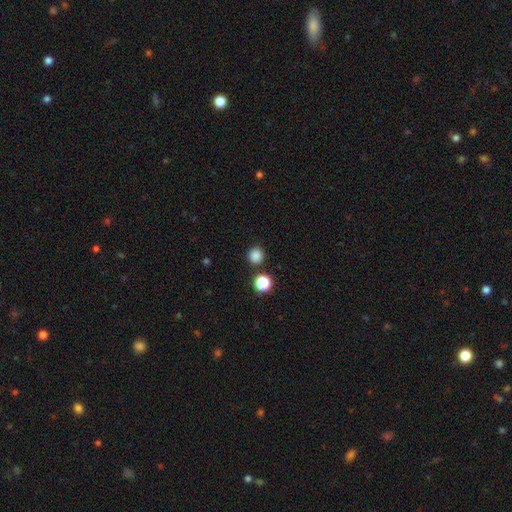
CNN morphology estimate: Smooth or featured? Predicted: smooth (p=0.83). How rounded? Predicted: round (p=0.93). Merging? Predicted: none (p=0.87).